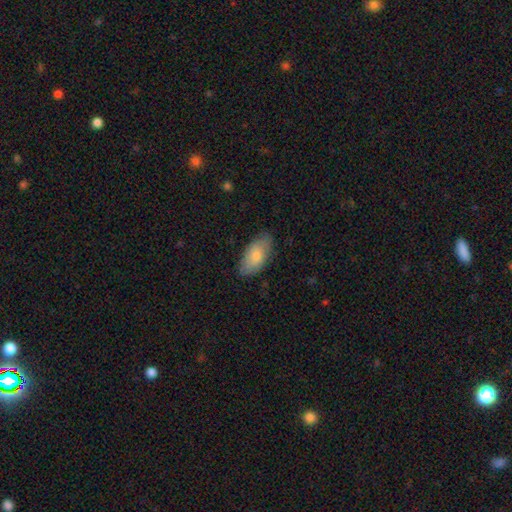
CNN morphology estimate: smooth-or-featured: smooth: 79% | featured or disk: 15% | star or artifact: 6%
  how-rounded: in between: 92% | cigar-shaped: 6% | round: 3%
  merging: none: 79% | minor disturbance: 17% | major disturbance: 3% | merger: 1%